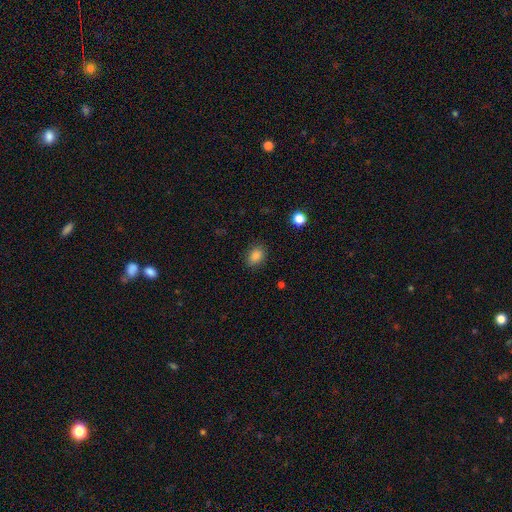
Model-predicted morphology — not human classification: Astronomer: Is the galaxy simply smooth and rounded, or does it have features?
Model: smooth — 85%.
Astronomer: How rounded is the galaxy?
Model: in between — 70%.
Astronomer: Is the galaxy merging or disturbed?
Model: none — 84%.